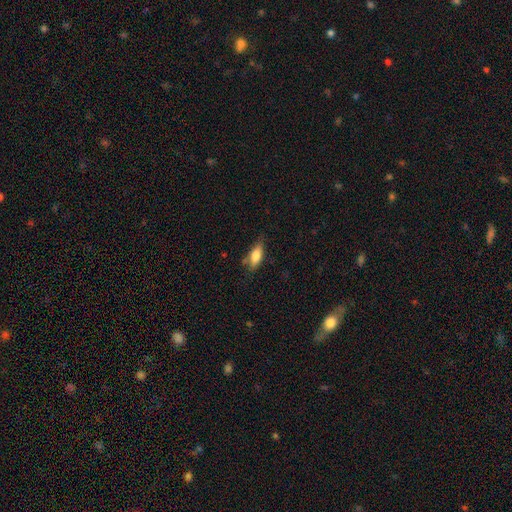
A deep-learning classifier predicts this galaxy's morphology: Smooth or featured? smooth (74%)
How rounded? in between (69%)
Merging? none (70%)